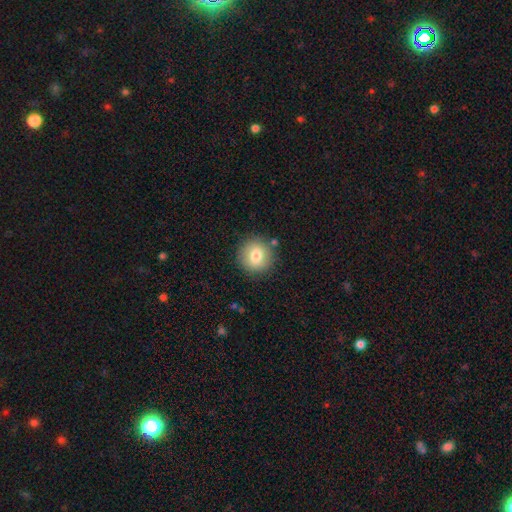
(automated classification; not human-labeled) smooth 78%, featured or disk 12%, star or artifact 9%. Down the decision tree: how rounded — round (93%); merging — none (86%).